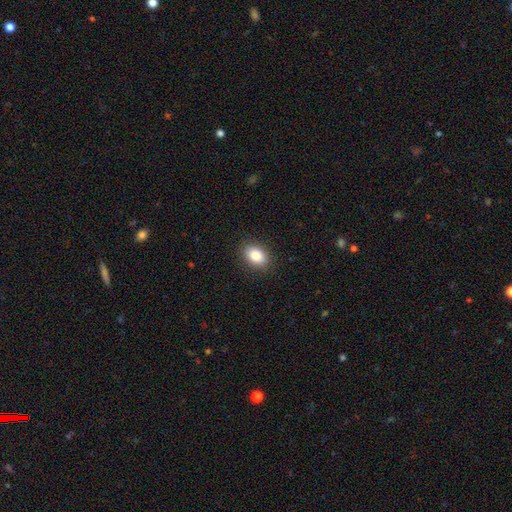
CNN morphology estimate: smooth 84%, star or artifact 9%, featured or disk 7%. Down the decision tree: how rounded — in between (77%); merging — none (89%).